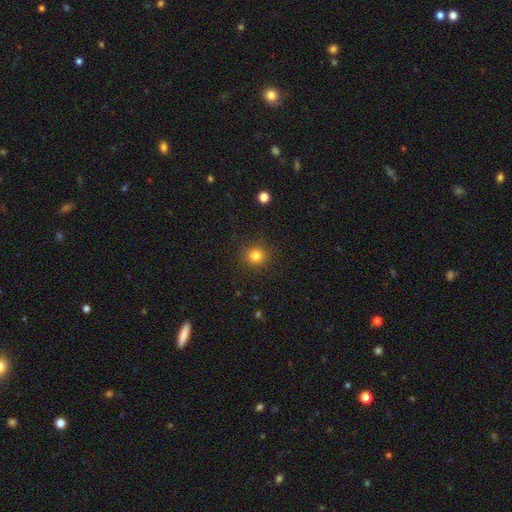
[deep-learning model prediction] This appears to be a smooth galaxy with no disk features (82%) that is round (91%). Merging: none (90%).